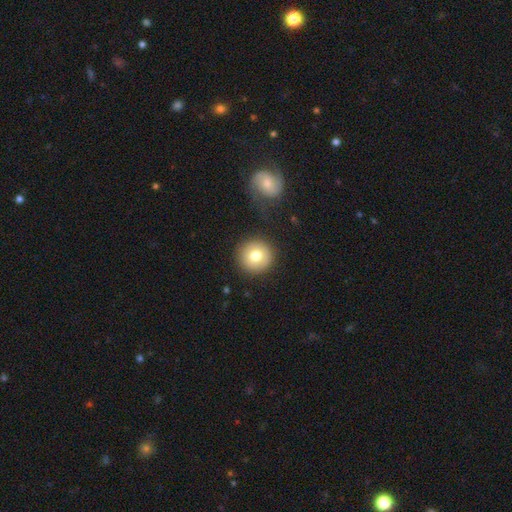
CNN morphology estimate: A smooth galaxy with no disk features (77%) that is round (95%).

Vote fractions:
- Smooth or featured? smooth: 77% / featured or disk: 13% / star or artifact: 10%
- How rounded? round: 95% / in between: 4% / cigar-shaped: 1%
- Merging? none: 87% / minor disturbance: 7% / major disturbance: 3% / merger: 3%